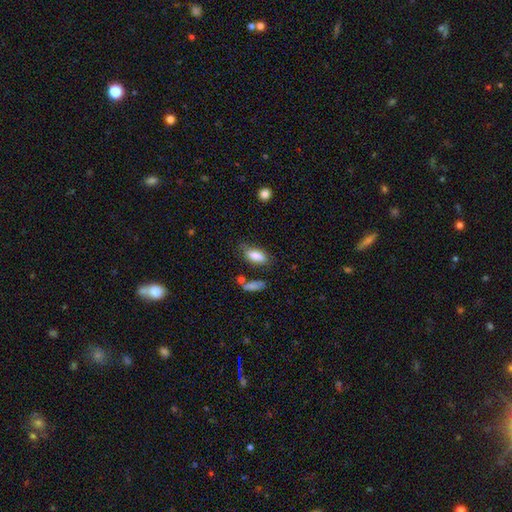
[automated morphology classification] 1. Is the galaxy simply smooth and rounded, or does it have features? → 83% smooth, 10% featured or disk, 7% star or artifact.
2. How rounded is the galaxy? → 81% in between, 16% cigar-shaped, 3% round.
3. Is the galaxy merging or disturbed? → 63% none, 24% minor disturbance, 7% major disturbance, 6% merger.